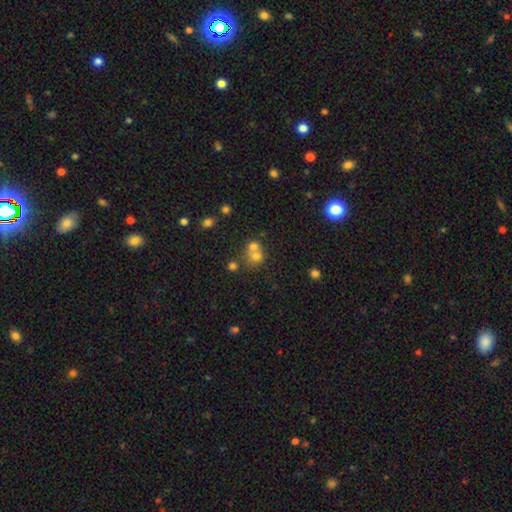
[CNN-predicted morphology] type=smooth (68%); roundness=round (77%); merging=merger (57%).